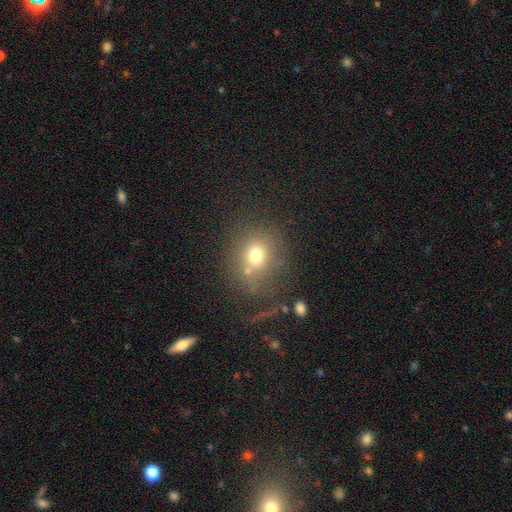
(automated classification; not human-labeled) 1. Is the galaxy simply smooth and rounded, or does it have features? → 70% smooth, 16% star or artifact, 14% featured or disk.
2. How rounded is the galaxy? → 71% round, 28% in between, 1% cigar-shaped.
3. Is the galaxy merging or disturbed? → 65% none, 15% minor disturbance, 11% major disturbance, 8% merger.